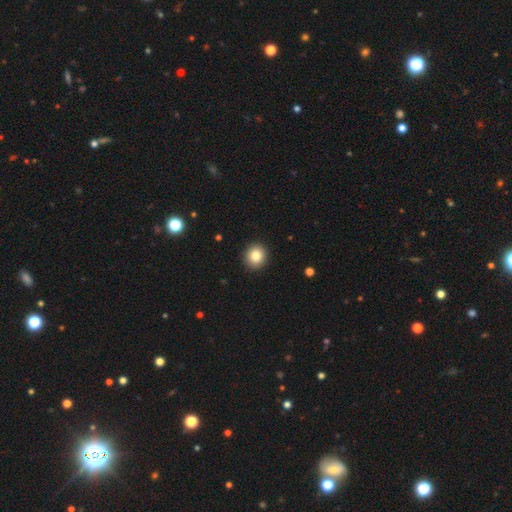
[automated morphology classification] This appears to be a smooth galaxy with no disk features (83%) that is round (87%). Merging: none (93%).